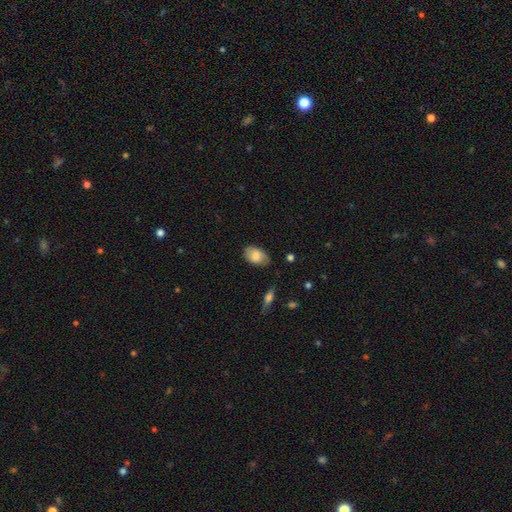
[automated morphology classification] Smooth or featured? smooth (77%)
How rounded? in between (91%)
Merging? none (76%)